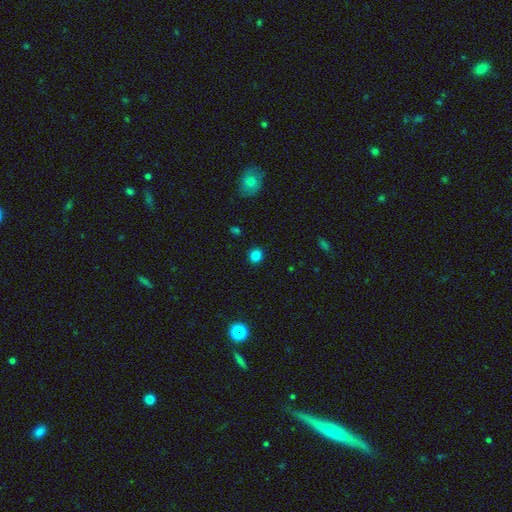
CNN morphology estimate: Overall: smooth (83%). How rounded: round (84%). Merging: none (91%).